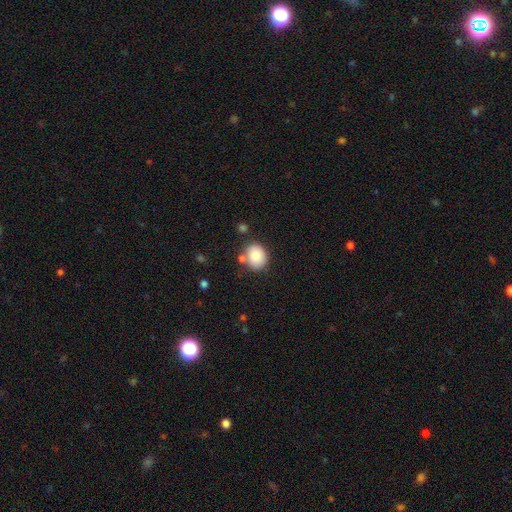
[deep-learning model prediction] smooth_or_featured: smooth (p=0.85) [alt: star or artifact p=0.08]
how_rounded: round (p=0.56) [alt: in between p=0.43]
merging: none (p=0.71) [alt: minor disturbance p=0.15]